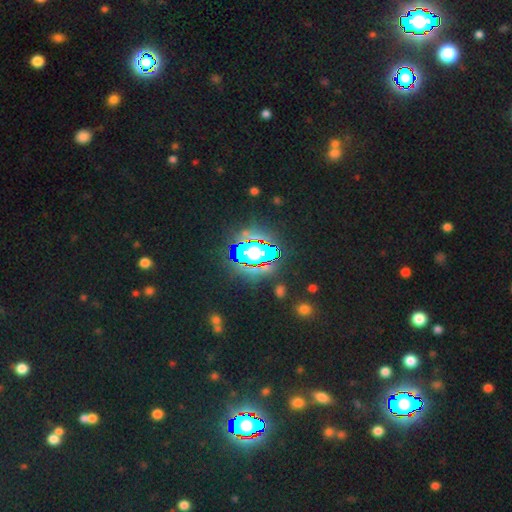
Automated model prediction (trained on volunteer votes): Smooth or featured?
  - star or artifact: 67% *
  - smooth: 21%
  - featured or disk: 12%